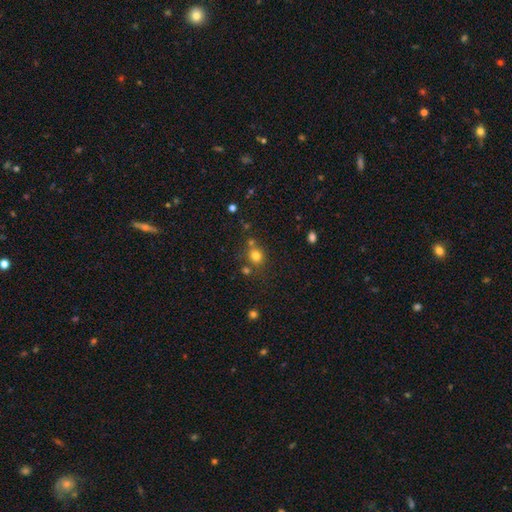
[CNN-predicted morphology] Smooth or featured? Predicted: smooth (p=0.76). How rounded? Predicted: round (p=0.73). Merging? Predicted: none (p=0.66).